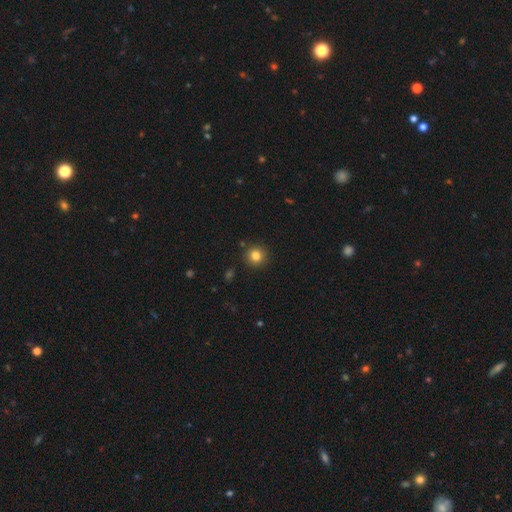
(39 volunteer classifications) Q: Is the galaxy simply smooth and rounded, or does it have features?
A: smooth — 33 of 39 (85%).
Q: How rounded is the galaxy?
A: round — 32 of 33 (97%).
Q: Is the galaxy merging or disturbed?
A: none — 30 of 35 (86%).